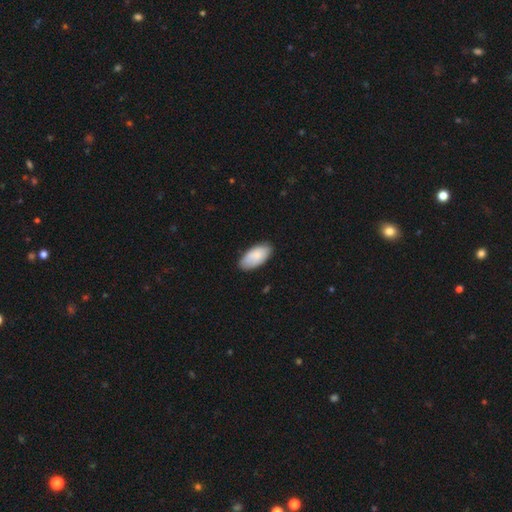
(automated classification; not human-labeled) Overall: smooth (84%). How rounded: in between (94%). Merging: none (82%).